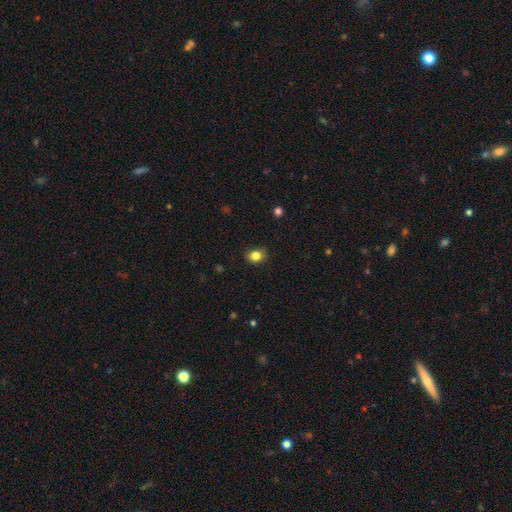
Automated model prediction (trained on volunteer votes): smooth_or_featured: smooth (p=0.83) [alt: star or artifact p=0.11]
how_rounded: round (p=0.66) [alt: in between p=0.33]
merging: none (p=0.86) [alt: minor disturbance p=0.11]